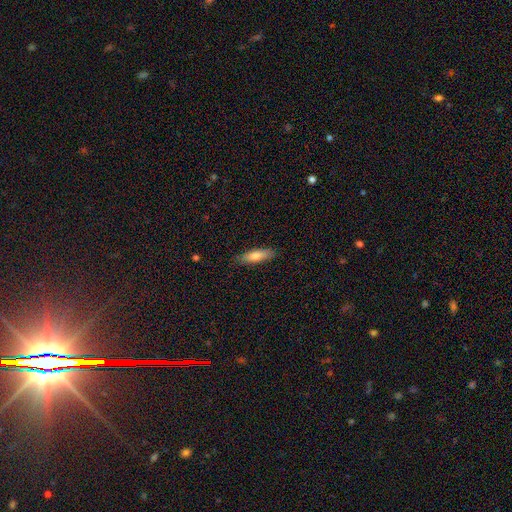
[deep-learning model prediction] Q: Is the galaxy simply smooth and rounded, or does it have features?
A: smooth — 75%.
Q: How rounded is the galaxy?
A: cigar-shaped — 63%.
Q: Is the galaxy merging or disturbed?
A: none — 87%.